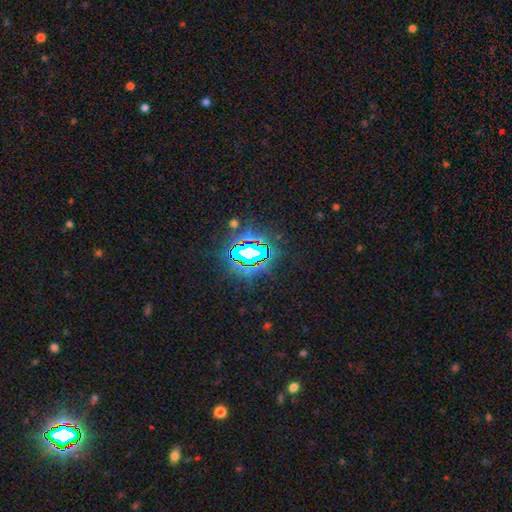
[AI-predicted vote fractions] Morphology: type=star or artifact (82%).